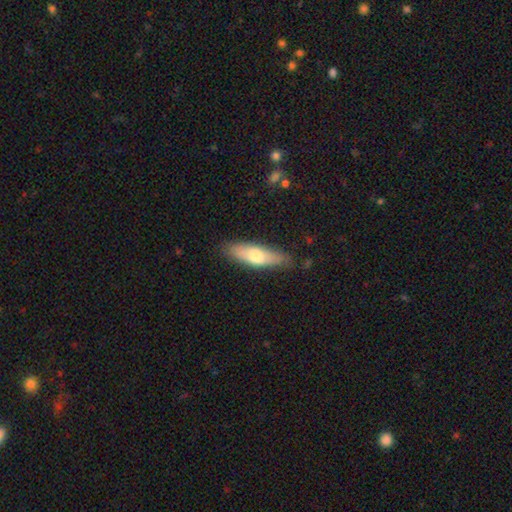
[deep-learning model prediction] Smooth or featured? smooth (64%)
How rounded? cigar-shaped (51%)
Merging? none (80%)